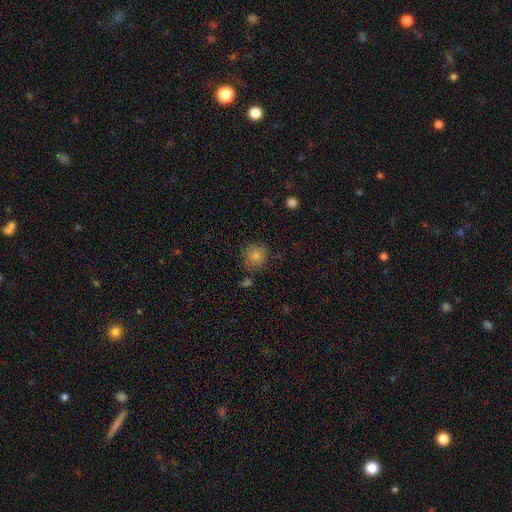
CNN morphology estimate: A smooth galaxy with no disk features (84%) that is round (88%). Merging: none (80%).